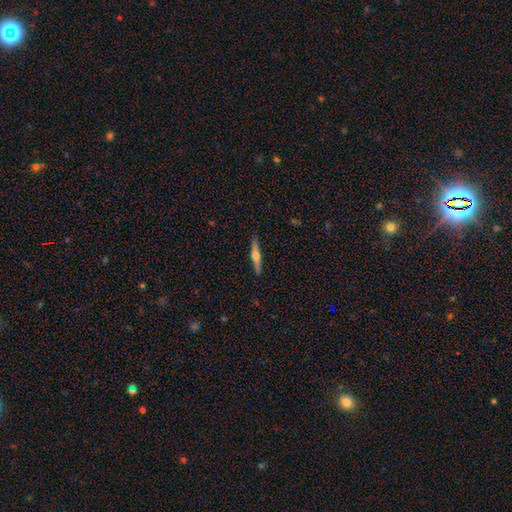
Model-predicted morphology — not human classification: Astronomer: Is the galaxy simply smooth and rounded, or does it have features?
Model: featured or disk — 62%.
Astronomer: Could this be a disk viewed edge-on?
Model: yes — 97%.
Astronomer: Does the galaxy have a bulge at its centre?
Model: rounded — 93%.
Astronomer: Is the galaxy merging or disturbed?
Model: none — 91%.